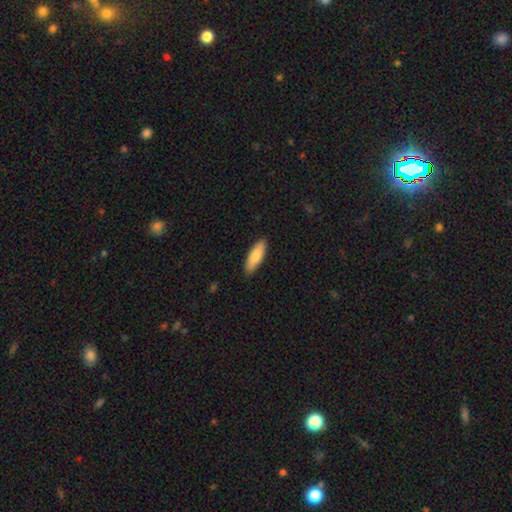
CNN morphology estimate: smooth-or-featured: smooth: 82% | featured or disk: 13% | star or artifact: 5%
  how-rounded: in between: 57% | cigar-shaped: 42% | round: 2%
  merging: none: 89% | minor disturbance: 8% | major disturbance: 2% | merger: 1%